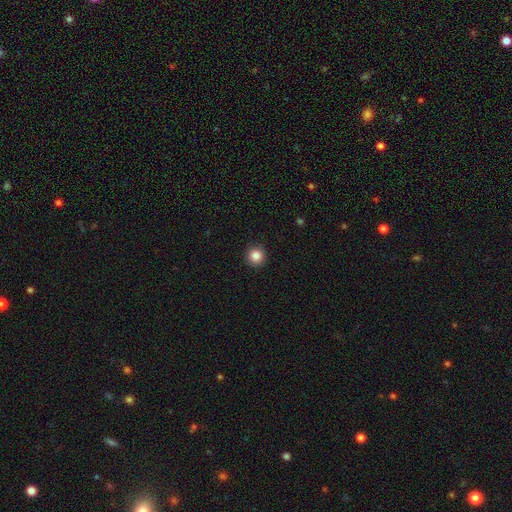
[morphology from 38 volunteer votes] smooth-or-featured: smooth: 92% | star or artifact: 5% | featured or disk: 3%
  how-rounded: round: 97% | cigar-shaped: 3% | in between: 0%
  merging: none: 94% | minor disturbance: 3% | merger: 3% | major disturbance: 0%